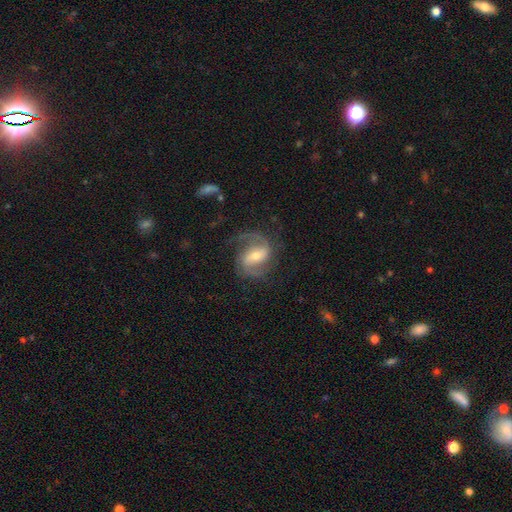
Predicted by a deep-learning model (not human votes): featured or disk 87%, smooth 8%, star or artifact 5%. Down the decision tree: edge-on disk — no (97%); bar — weak (44%); spiral arms — yes (97%); spiral arm count — 2 (84%); spiral winding — medium (54%); bulge size — moderate (49%); merging — none (69%).